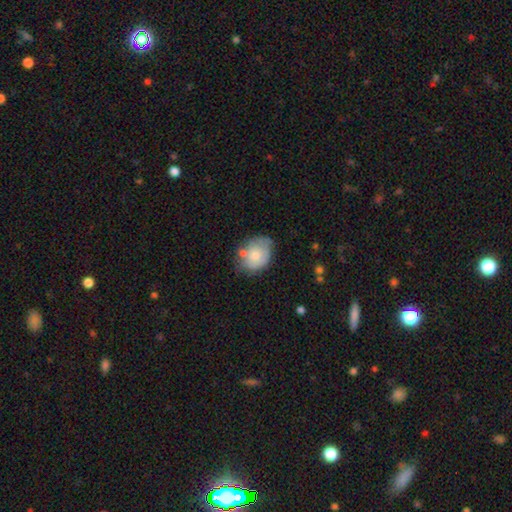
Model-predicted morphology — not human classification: This appears to be a smooth galaxy with no disk features (68%) that is in between round and cigar-shaped (59%). Merging: none (48%).